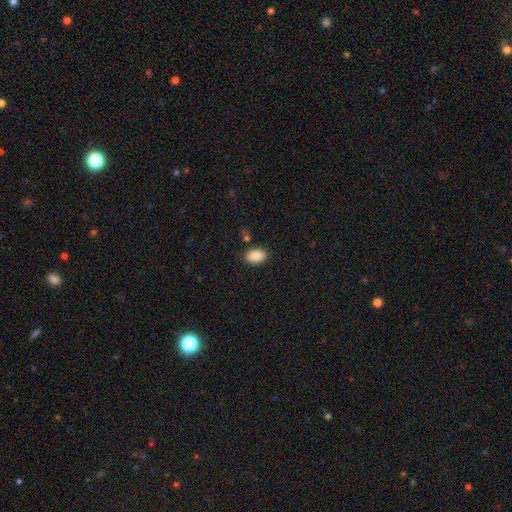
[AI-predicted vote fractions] Morphology: type=smooth (89%); roundness=in between (90%); merging=none (86%).